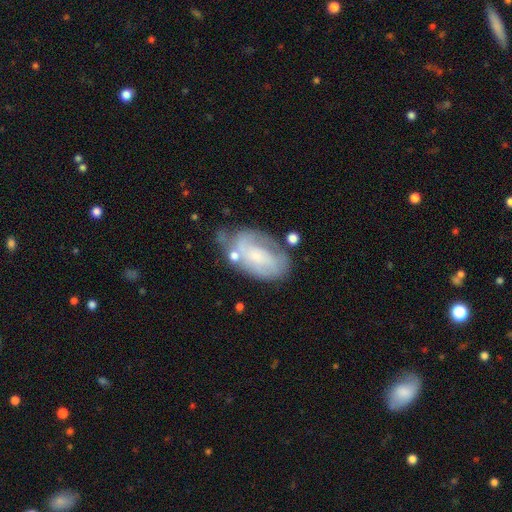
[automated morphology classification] Q: Smooth or featured?
A: featured or disk (62%); runner-up: smooth (30%)
Q: Edge-on disk?
A: no (96%); runner-up: yes (4%)
Q: Bar?
A: no (65%); runner-up: weak (28%)
Q: Spiral arms?
A: yes (69%); runner-up: no (31%)
Q: Bulge size?
A: small (48%); runner-up: moderate (29%)
Q: Merging?
A: none (47%); runner-up: minor disturbance (27%)